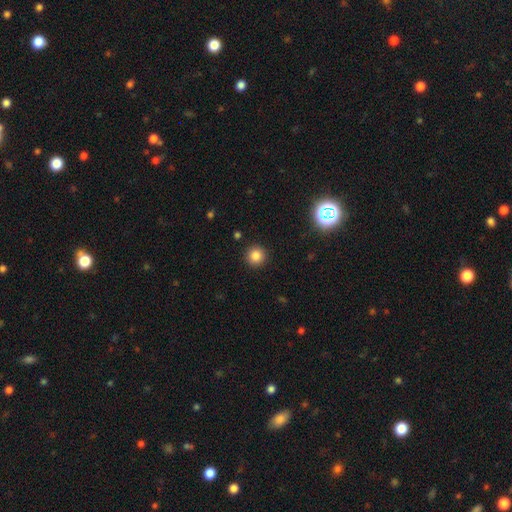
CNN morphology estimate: The model was most divided on "smooth or featured": smooth: 83%, star or artifact: 12%, featured or disk: 5%. More confident: how rounded — round (94%); merging — none (92%).